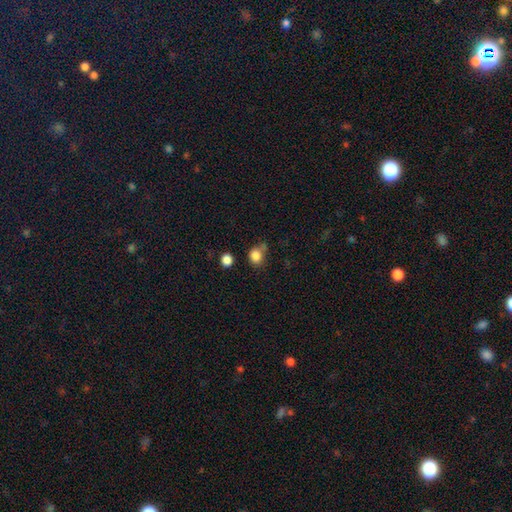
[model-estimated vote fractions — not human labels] Smooth or featured? smooth (84%)
How rounded? round (68%)
Merging? none (60%)